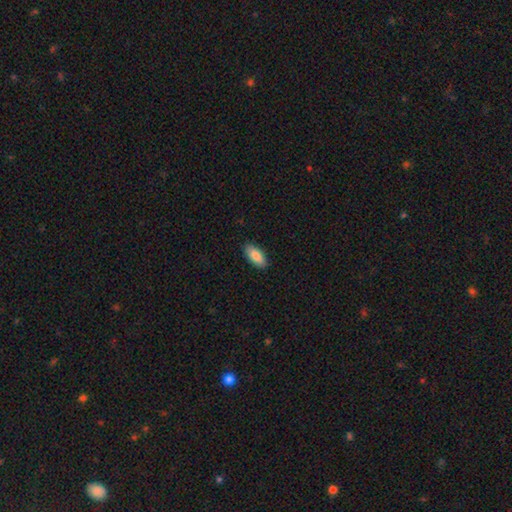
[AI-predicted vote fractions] Morphology: type=smooth (87%); roundness=in between (87%); merging=none (89%).